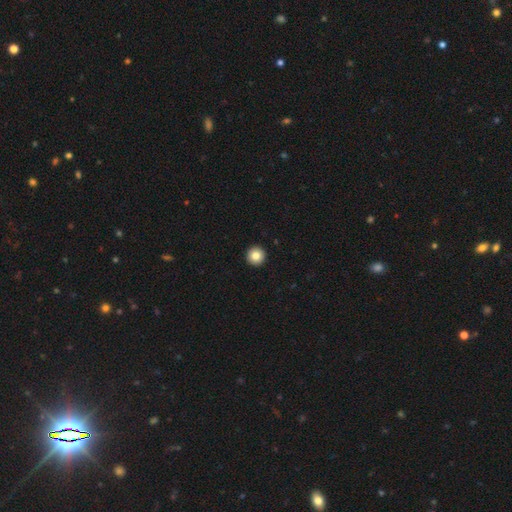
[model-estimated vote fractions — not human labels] Smooth or featured: smooth — 83% (star or artifact — 9%)
How rounded: round — 97% (in between — 2%)
Merging: none — 95% (minor disturbance — 3%)